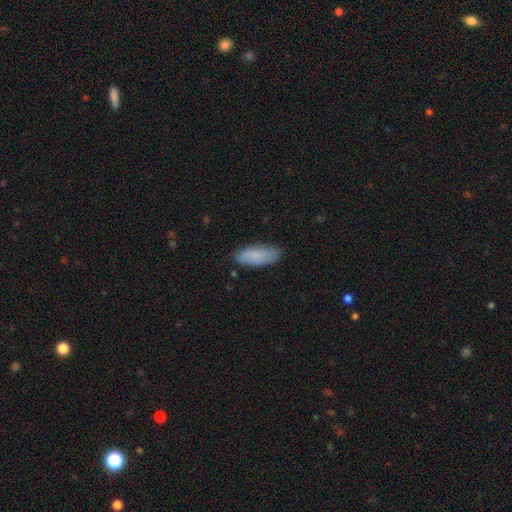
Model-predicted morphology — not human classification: A smooth galaxy with no disk features (84%) that is in between round and cigar-shaped (71%).

Vote fractions:
- Smooth or featured? smooth: 84% / featured or disk: 10% / star or artifact: 6%
- How rounded? in between: 71% / cigar-shaped: 27% / round: 2%
- Merging? none: 82% / minor disturbance: 15% / major disturbance: 2% / merger: 1%